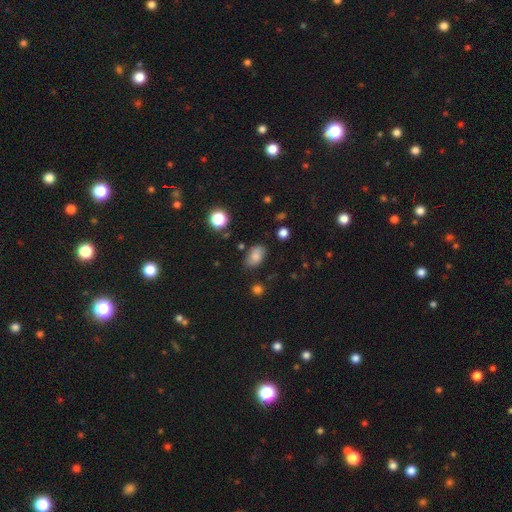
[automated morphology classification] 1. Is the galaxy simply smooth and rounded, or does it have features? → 81% smooth, 10% star or artifact, 9% featured or disk.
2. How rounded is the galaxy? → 90% in between, 8% round, 2% cigar-shaped.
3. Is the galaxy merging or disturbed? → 77% none, 17% minor disturbance, 4% major disturbance, 3% merger.